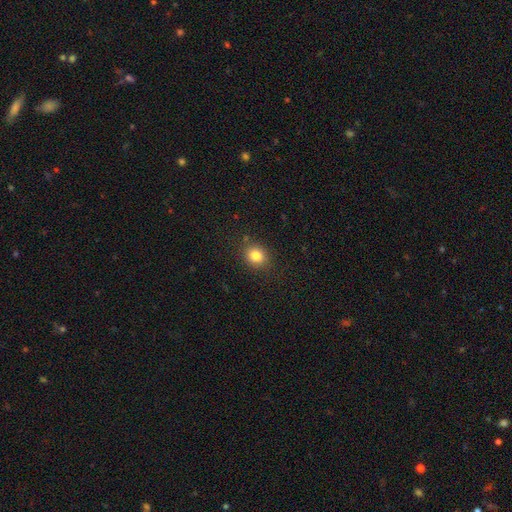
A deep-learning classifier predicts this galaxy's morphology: Smooth or featured?
  - smooth: 82% *
  - star or artifact: 12%
  - featured or disk: 7%
How rounded?
  - round: 71% *
  - in between: 28%
  - cigar-shaped: 1%
Merging?
  - none: 86% *
  - minor disturbance: 9%
  - major disturbance: 3%
  - merger: 2%